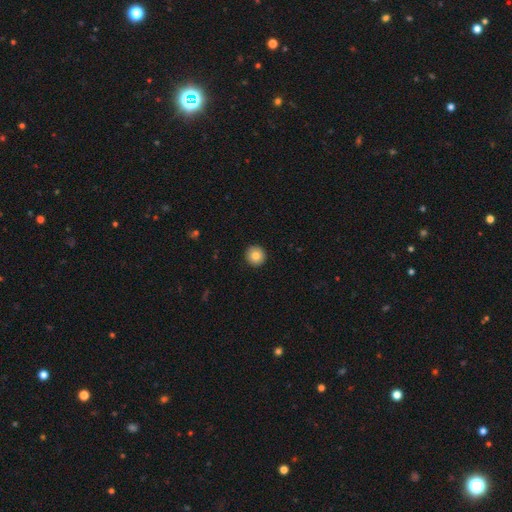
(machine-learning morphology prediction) type=smooth (85%); roundness=round (95%); merging=none (93%).